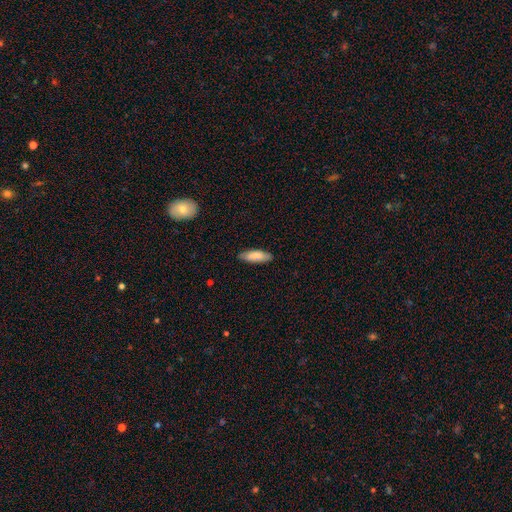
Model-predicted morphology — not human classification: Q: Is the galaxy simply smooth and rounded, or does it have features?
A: smooth — 83%.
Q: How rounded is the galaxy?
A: in between — 55%.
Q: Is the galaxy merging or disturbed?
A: none — 84%.